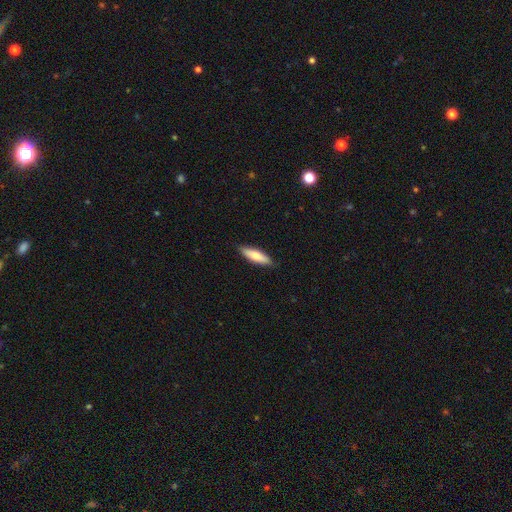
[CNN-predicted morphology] Smooth or featured? smooth (73%)
How rounded? cigar-shaped (57%)
Merging? none (88%)